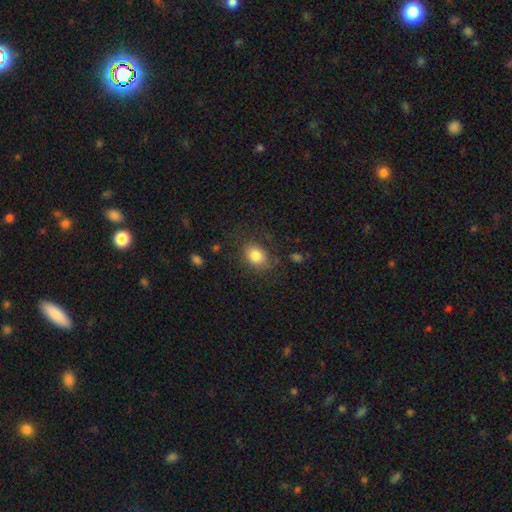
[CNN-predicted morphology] The model was most divided on "how rounded": in between: 65%, round: 34%, cigar-shaped: 1%. More confident: smooth or featured — smooth (82%); merging — none (71%).